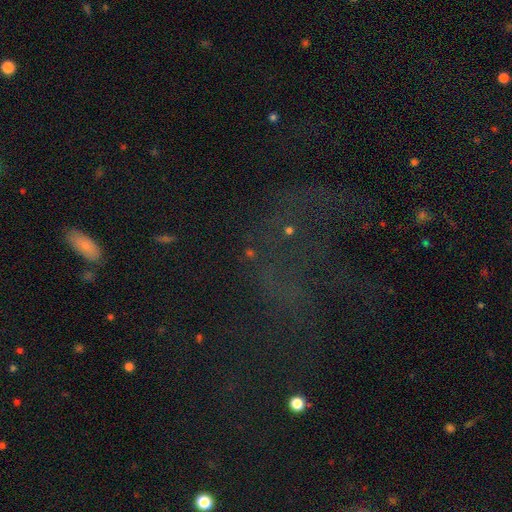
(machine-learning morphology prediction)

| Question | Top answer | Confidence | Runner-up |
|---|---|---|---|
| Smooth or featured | star or artifact | 55% | smooth (23%) |